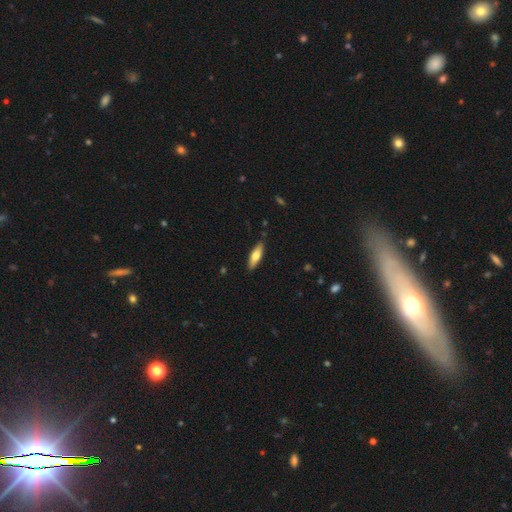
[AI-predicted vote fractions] smooth_or_featured: smooth (p=0.68) [alt: featured or disk p=0.27]
how_rounded: cigar-shaped (p=0.54) [alt: in between p=0.44]
merging: none (p=0.86) [alt: minor disturbance p=0.11]